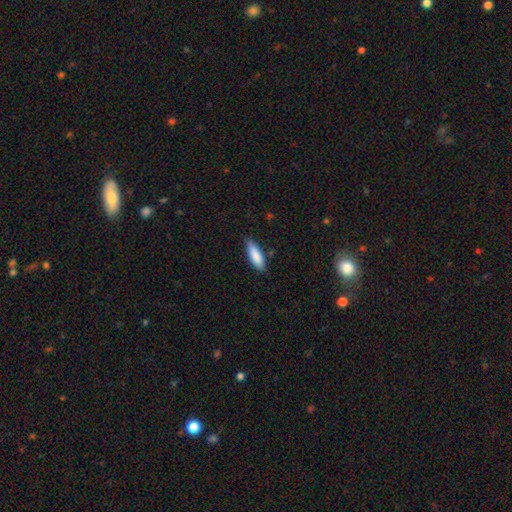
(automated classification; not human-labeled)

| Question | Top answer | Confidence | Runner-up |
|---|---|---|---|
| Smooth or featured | smooth | 86% | featured or disk (8%) |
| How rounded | in between | 57% | cigar-shaped (41%) |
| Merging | none | 81% | minor disturbance (15%) |